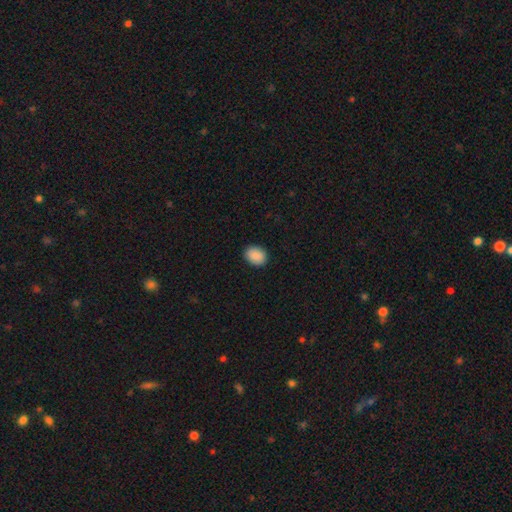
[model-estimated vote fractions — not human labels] smooth-or-featured: smooth: 90% | star or artifact: 7% | featured or disk: 3%
  how-rounded: in between: 58% | round: 41% | cigar-shaped: 1%
  merging: none: 90% | minor disturbance: 7% | major disturbance: 2% | merger: 1%